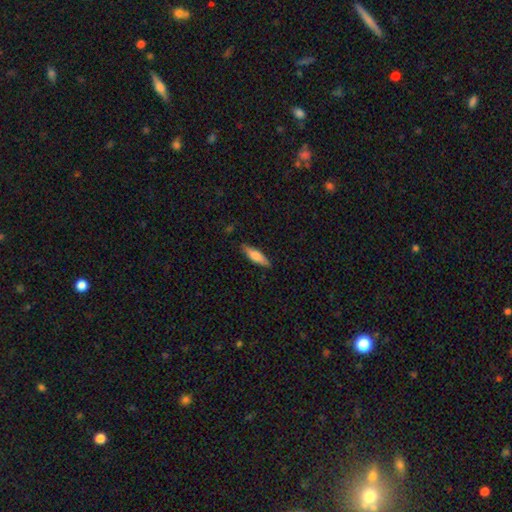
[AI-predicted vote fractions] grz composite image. It shows a smooth galaxy with no disk features (68%) that is cigar-shaped (64%). Merging: none (86%).